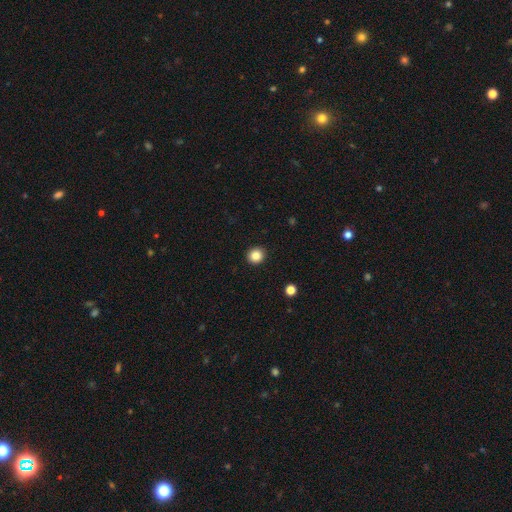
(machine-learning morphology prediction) smooth 85%, star or artifact 11%, featured or disk 4%. Down the decision tree: how rounded — round (91%); merging — none (93%).